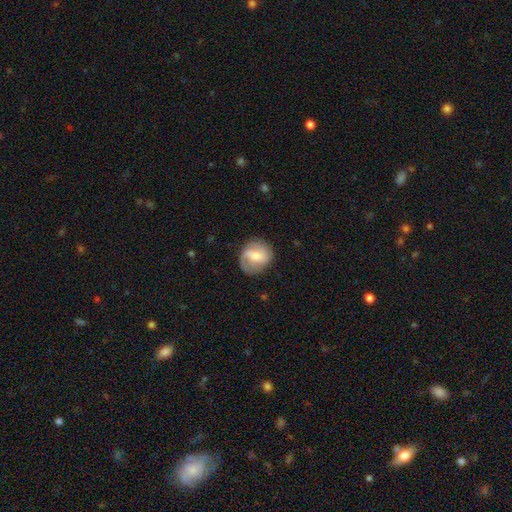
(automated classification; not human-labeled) Q: Smooth or featured?
A: featured or disk (57%); runner-up: smooth (37%)
Q: Edge-on disk?
A: no (97%); runner-up: yes (3%)
Q: Bar?
A: weak (51%); runner-up: no (27%)
Q: Spiral arms?
A: yes (84%); runner-up: no (16%)
Q: Bulge size?
A: moderate (48%); runner-up: small (41%)
Q: Merging?
A: none (73%); runner-up: minor disturbance (18%)